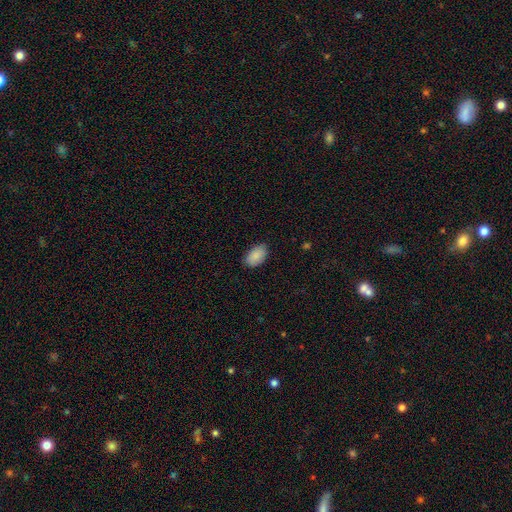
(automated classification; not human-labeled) Smooth or featured?
  - smooth: 89% *
  - star or artifact: 7%
  - featured or disk: 5%
How rounded?
  - in between: 93% *
  - round: 6%
  - cigar-shaped: 1%
Merging?
  - none: 83% *
  - minor disturbance: 14%
  - major disturbance: 2%
  - merger: 1%